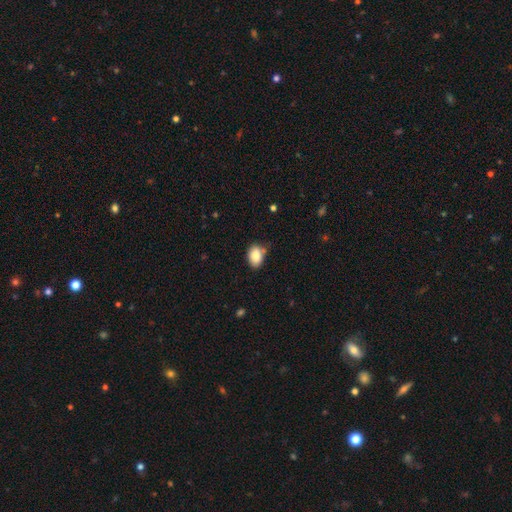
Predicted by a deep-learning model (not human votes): Q: Smooth or featured?
A: smooth (85%); runner-up: star or artifact (8%)
Q: How rounded?
A: in between (81%); runner-up: round (18%)
Q: Merging?
A: none (65%); runner-up: minor disturbance (23%)